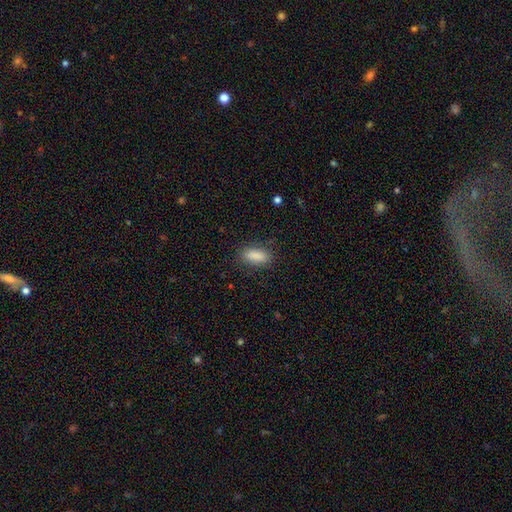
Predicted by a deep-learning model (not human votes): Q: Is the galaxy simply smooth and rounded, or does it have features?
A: smooth — 88%.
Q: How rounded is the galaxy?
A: in between — 82%.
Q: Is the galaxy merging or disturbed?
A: none — 83%.